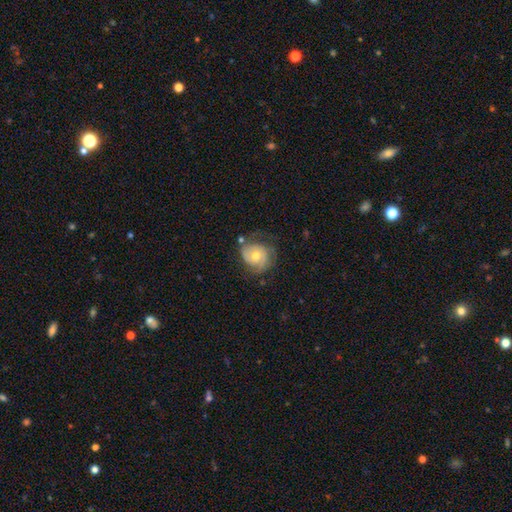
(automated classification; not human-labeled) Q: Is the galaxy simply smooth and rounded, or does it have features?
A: featured or disk — 66%.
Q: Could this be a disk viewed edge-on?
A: no — 97%.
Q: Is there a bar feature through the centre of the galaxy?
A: no — 74%.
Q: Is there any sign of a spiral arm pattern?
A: yes — 87%.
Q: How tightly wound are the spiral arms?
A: tight — 51%.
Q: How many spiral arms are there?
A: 2 — 57%.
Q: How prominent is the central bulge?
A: moderate — 66%.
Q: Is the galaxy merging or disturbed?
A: none — 61%.